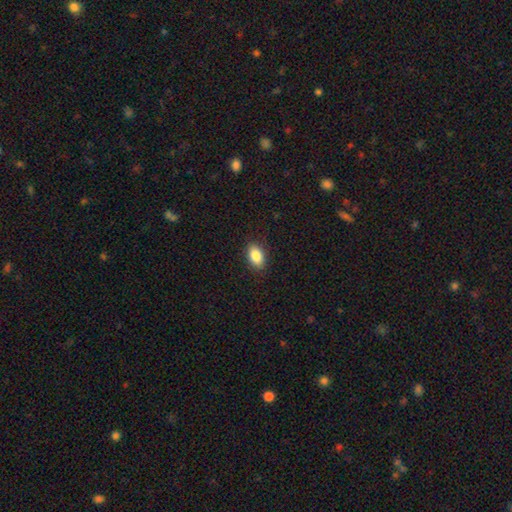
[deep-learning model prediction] Smooth or featured? smooth (86%)
How rounded? in between (89%)
Merging? none (89%)